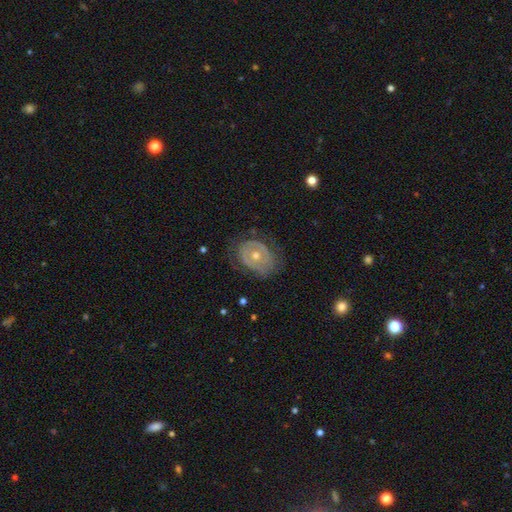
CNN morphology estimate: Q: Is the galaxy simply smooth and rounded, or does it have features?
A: featured or disk — 66%.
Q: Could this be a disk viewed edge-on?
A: no — 95%.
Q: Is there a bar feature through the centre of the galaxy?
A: no — 82%.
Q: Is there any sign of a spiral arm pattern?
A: no — 56%.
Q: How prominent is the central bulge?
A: moderate — 62%.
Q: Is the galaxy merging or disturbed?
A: none — 70%.